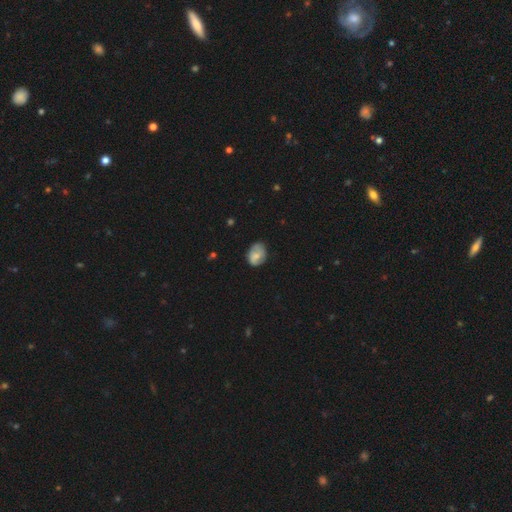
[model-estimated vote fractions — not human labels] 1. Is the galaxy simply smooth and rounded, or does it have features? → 65% smooth, 27% featured or disk, 8% star or artifact.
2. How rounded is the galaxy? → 68% in between, 31% round, 1% cigar-shaped.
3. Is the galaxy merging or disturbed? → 60% none, 30% minor disturbance, 8% major disturbance, 2% merger.